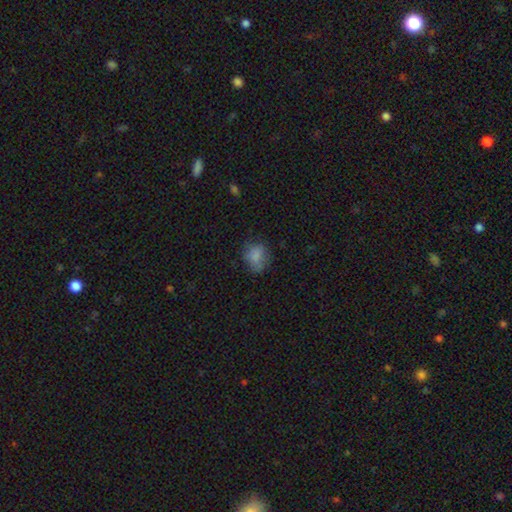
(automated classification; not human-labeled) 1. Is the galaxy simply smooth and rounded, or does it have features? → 77% smooth, 12% featured or disk, 11% star or artifact.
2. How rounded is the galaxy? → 50% in between, 49% round, 1% cigar-shaped.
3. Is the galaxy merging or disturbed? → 61% none, 25% minor disturbance, 12% major disturbance, 2% merger.